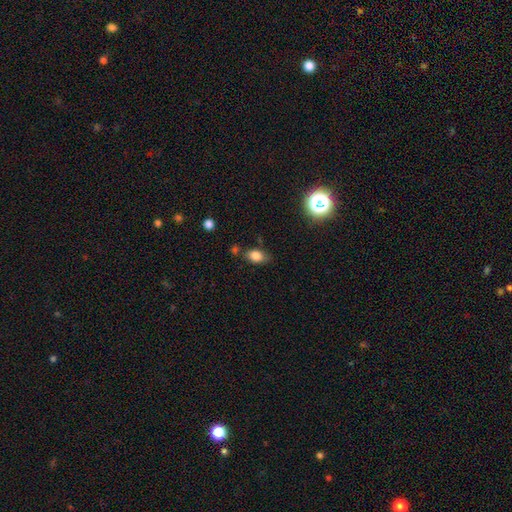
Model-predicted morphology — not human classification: smooth_or_featured: smooth (p=0.82) [alt: star or artifact p=0.11]
how_rounded: in between (p=0.80) [alt: round p=0.18]
merging: none (p=0.69) [alt: minor disturbance p=0.20]